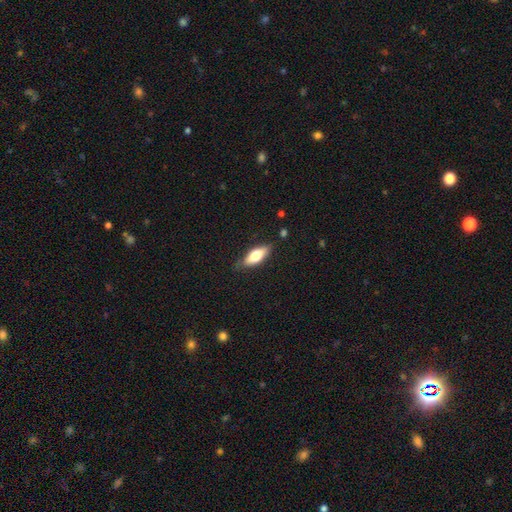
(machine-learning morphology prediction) Smooth or featured: smooth — 64% (featured or disk — 30%)
How rounded: in between — 68% (cigar-shaped — 29%)
Merging: none — 82% (minor disturbance — 14%)